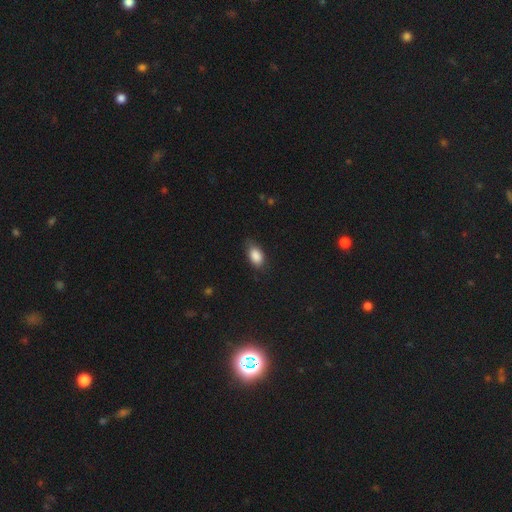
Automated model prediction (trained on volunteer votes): A smooth galaxy with no disk features (87%) that is in between round and cigar-shaped (91%). Merging: none (72%).